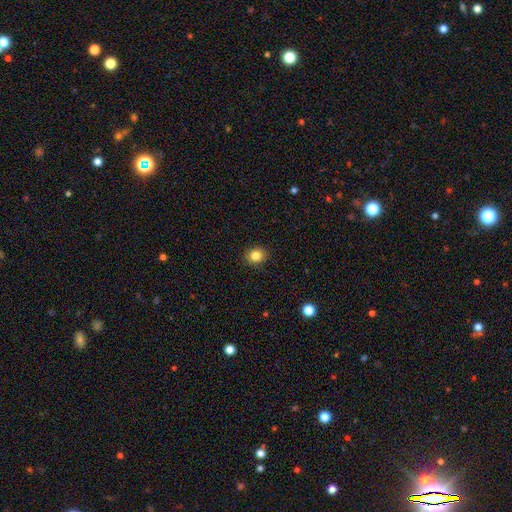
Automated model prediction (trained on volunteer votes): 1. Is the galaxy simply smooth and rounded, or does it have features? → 84% smooth, 11% star or artifact, 5% featured or disk.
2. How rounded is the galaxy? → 72% round, 27% in between, 1% cigar-shaped.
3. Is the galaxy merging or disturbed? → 91% none, 6% minor disturbance, 2% major disturbance, 1% merger.